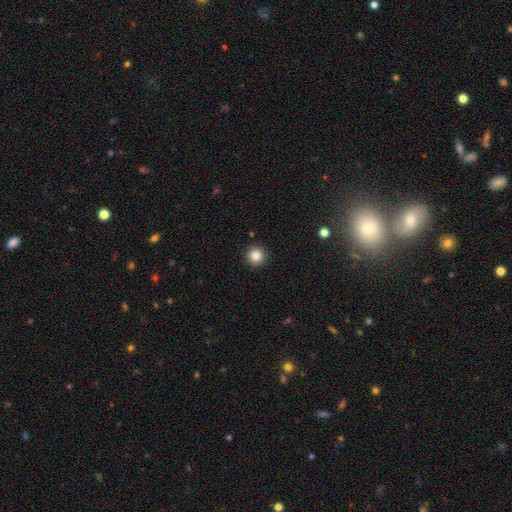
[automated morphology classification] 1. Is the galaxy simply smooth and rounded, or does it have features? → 84% smooth, 11% star or artifact, 5% featured or disk.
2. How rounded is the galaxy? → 96% round, 3% in between, 1% cigar-shaped.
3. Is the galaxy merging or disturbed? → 93% none, 5% minor disturbance, 2% major disturbance, 1% merger.